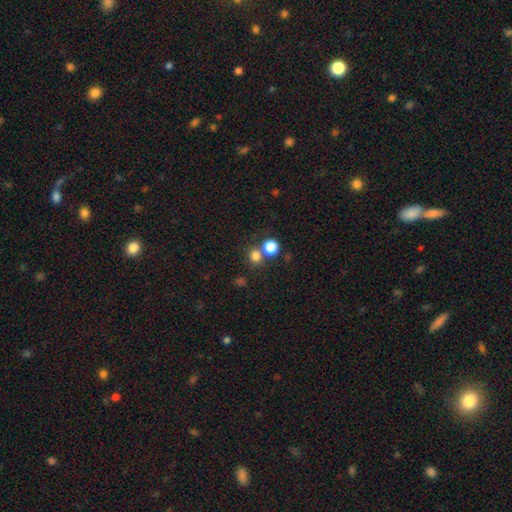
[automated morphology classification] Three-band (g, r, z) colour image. It shows a smooth galaxy with no disk features (78%) that is round (85%). Merging: none (61%).